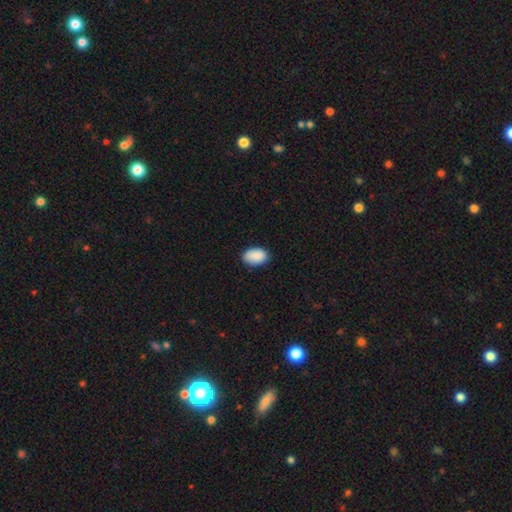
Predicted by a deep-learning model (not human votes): smooth 90%, star or artifact 7%, featured or disk 3%. Down the decision tree: how rounded — in between (88%); merging — none (85%).